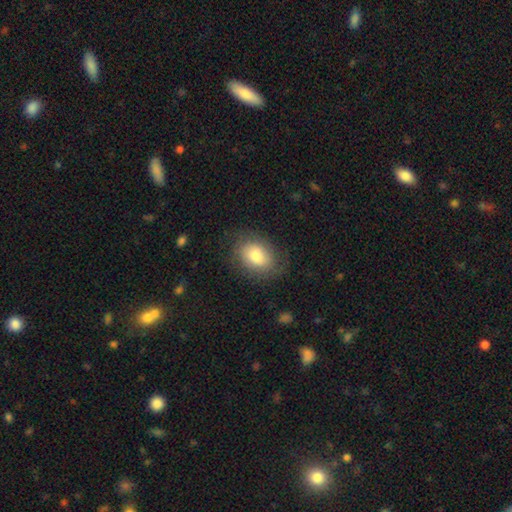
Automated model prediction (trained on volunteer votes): Q: Smooth or featured?
A: smooth (76%); runner-up: featured or disk (16%)
Q: How rounded?
A: in between (70%); runner-up: round (29%)
Q: Merging?
A: none (73%); runner-up: minor disturbance (18%)